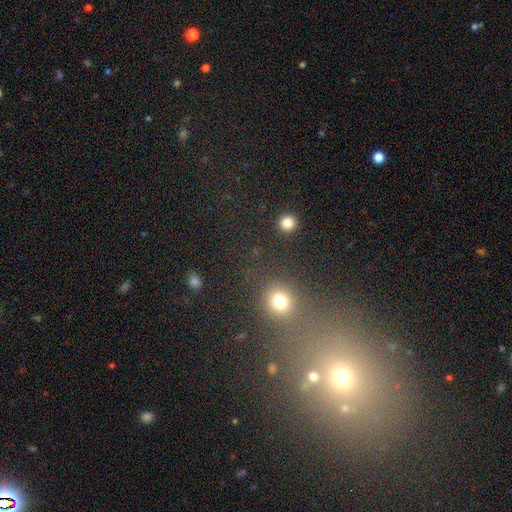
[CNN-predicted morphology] Overall: star or artifact (49%; smooth 41%).